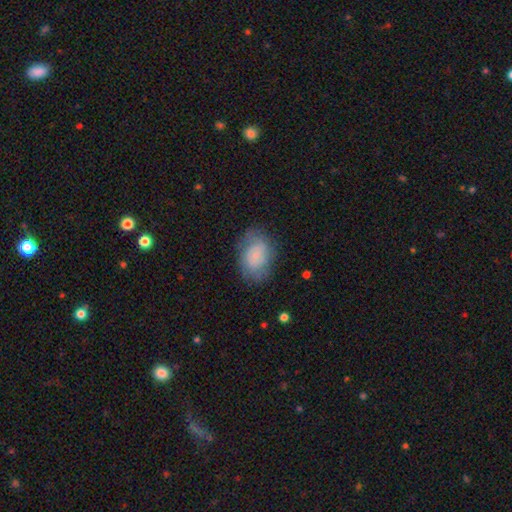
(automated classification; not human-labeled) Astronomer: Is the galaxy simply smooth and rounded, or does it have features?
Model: smooth — 63%.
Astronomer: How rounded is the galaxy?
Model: in between — 76%.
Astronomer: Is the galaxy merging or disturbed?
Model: none — 69%.